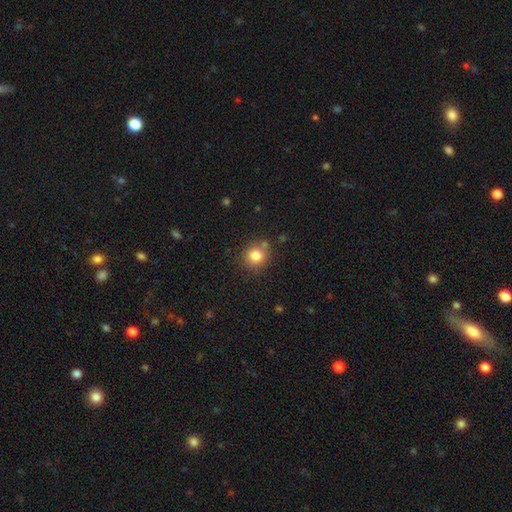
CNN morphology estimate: Overall: smooth (82%). How rounded: round (90%). Merging: none (79%).